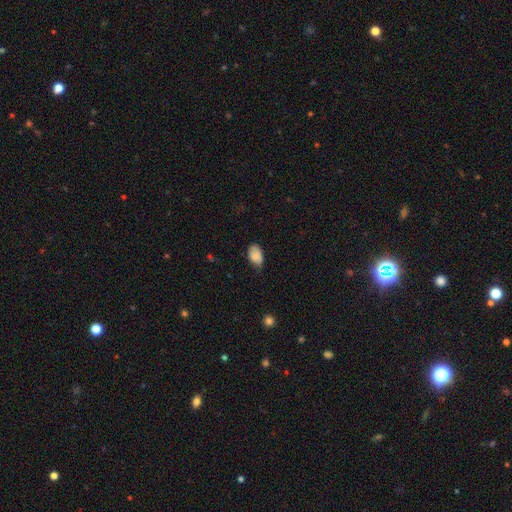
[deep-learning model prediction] This appears to be a smooth galaxy with no disk features (85%) that is in between round and cigar-shaped (89%). Merging: none (58%).